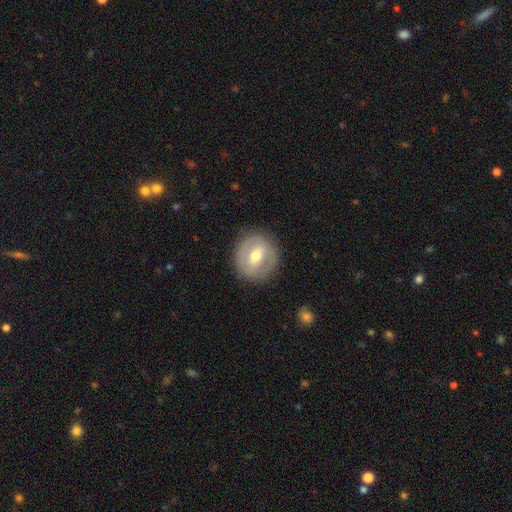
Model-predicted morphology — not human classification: featured or disk 56%, smooth 37%, star or artifact 6%. Down the decision tree: edge-on disk — no (94%); bar — weak (43%); spiral arms — no (67%); bulge size — moderate (72%); merging — none (85%).